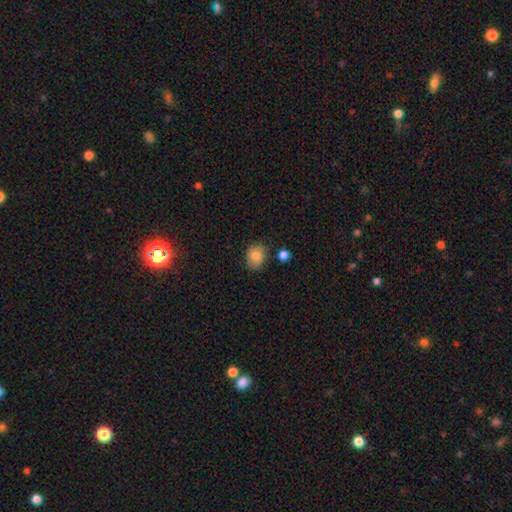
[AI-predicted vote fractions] Overall: smooth (82%). How rounded: round (55%; in between 44%). Merging: none (77%).